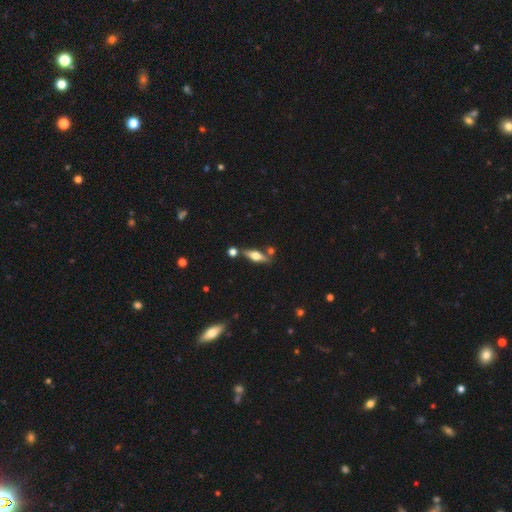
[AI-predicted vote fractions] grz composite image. It shows a featured or disk galaxy (55%) viewed edge-on (92%) with a rounded central bulge (92%). Merging: none (73%).